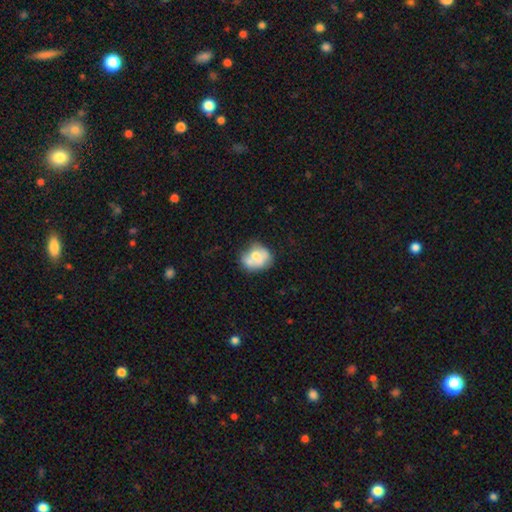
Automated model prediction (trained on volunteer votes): Smooth or featured? Predicted: smooth (p=0.56). How rounded? Predicted: round (p=0.57). Merging? Predicted: none (p=0.37).